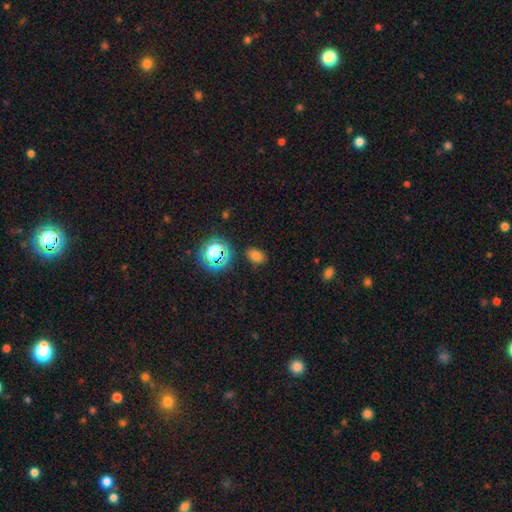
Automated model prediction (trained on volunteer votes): Smooth or featured? smooth (72%)
How rounded? in between (73%)
Merging? none (83%)